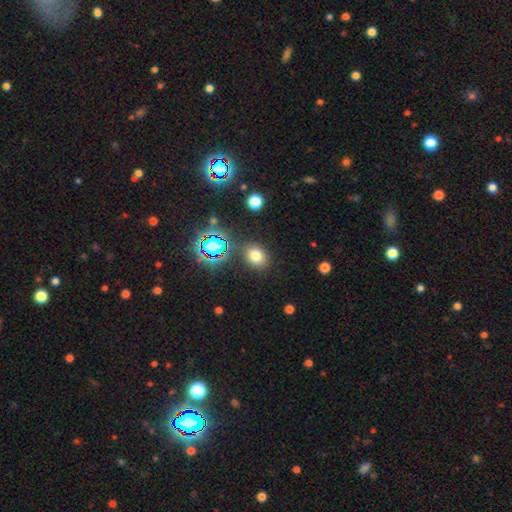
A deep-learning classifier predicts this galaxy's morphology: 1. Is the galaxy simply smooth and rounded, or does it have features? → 70% smooth, 21% star or artifact, 8% featured or disk.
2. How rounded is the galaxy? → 53% round, 46% in between, 1% cigar-shaped.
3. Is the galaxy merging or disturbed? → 83% none, 10% minor disturbance, 4% merger, 4% major disturbance.